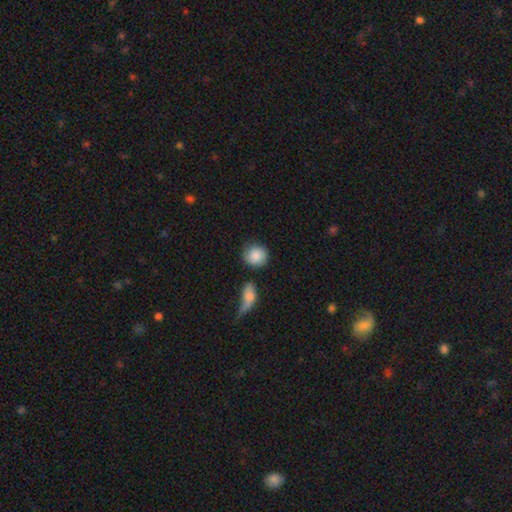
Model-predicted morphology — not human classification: Q: Smooth or featured?
A: smooth (86%); runner-up: featured or disk (7%)
Q: How rounded?
A: round (82%); runner-up: in between (16%)
Q: Merging?
A: none (72%); runner-up: minor disturbance (13%)